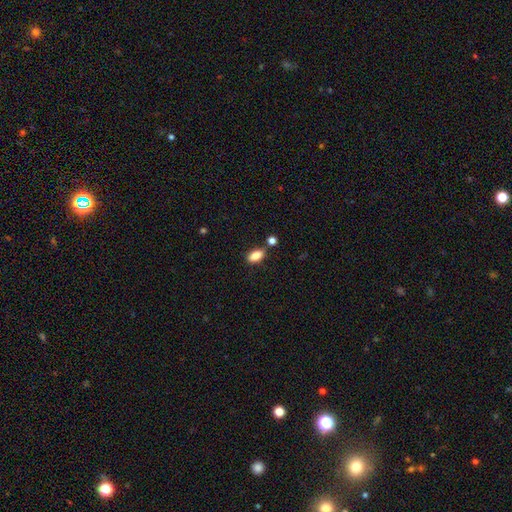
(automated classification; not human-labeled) Smooth or featured: smooth — 85% (star or artifact — 8%)
How rounded: in between — 89% (round — 6%)
Merging: none — 76% (minor disturbance — 12%)